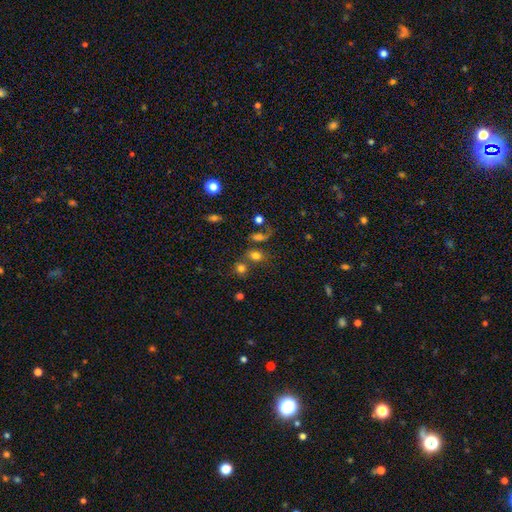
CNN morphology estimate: Overall: smooth (71%). How rounded: in between (51%; round 46%). Merging: none (50%; merger 26%).